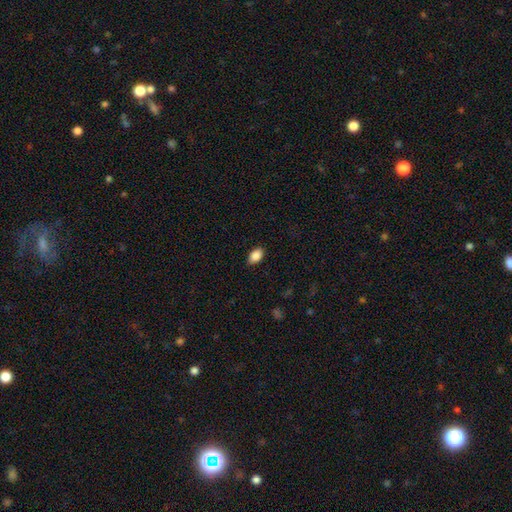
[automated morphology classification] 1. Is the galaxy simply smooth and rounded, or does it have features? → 88% smooth, 8% star or artifact, 5% featured or disk.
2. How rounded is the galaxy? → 91% in between, 7% round, 2% cigar-shaped.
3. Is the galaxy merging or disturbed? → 87% none, 10% minor disturbance, 2% major disturbance, 1% merger.